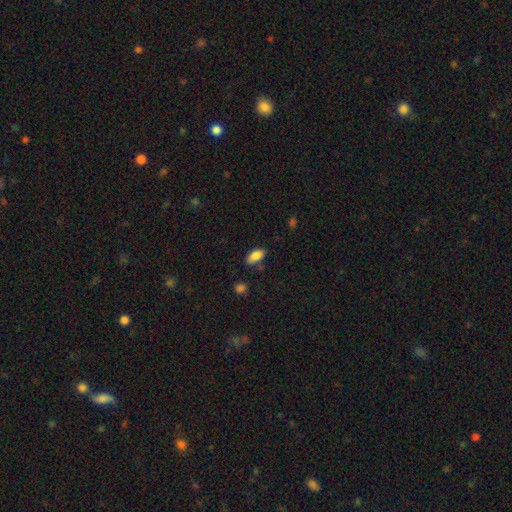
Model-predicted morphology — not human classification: Smooth or featured: smooth — 86% (star or artifact — 8%)
How rounded: in between — 89% (cigar-shaped — 8%)
Merging: none — 74% (minor disturbance — 18%)